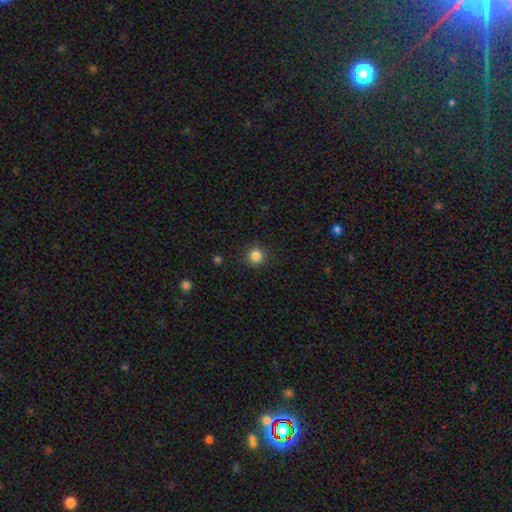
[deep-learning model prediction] A smooth galaxy with no disk features (84%) that is round (94%). Merging: none (90%).